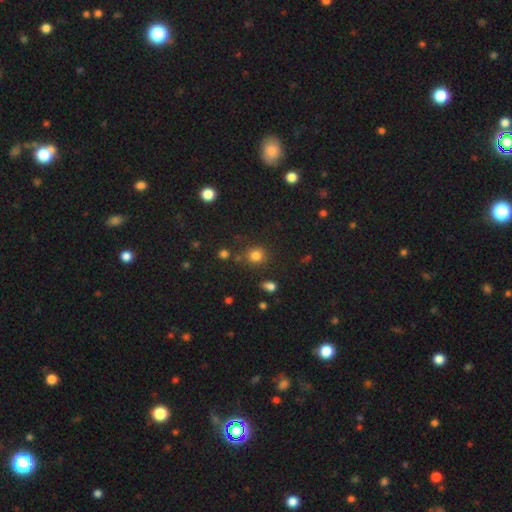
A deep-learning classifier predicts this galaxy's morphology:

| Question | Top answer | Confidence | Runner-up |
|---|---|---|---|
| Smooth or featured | smooth | 80% | star or artifact (14%) |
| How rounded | round | 82% | in between (17%) |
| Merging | none | 79% | minor disturbance (11%) |